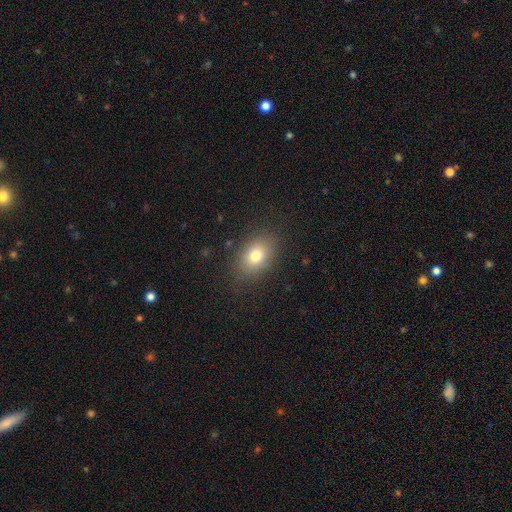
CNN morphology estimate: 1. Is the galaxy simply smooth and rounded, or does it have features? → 77% smooth, 11% featured or disk, 11% star or artifact.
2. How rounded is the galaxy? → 77% in between, 21% round, 2% cigar-shaped.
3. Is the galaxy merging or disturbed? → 84% none, 11% minor disturbance, 4% major disturbance, 1% merger.